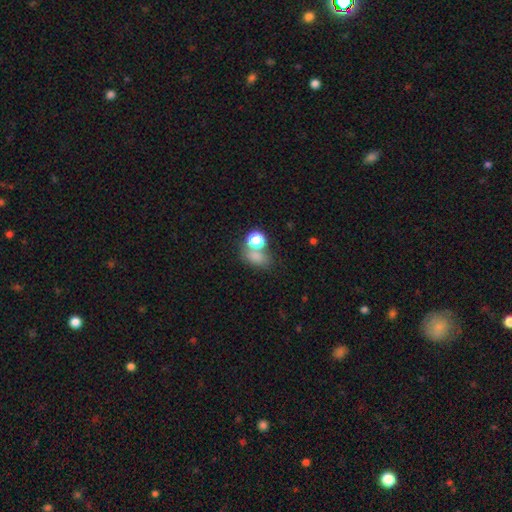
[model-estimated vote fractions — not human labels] Smooth or featured? smooth (72%)
How rounded? in between (59%)
Merging? none (48%)